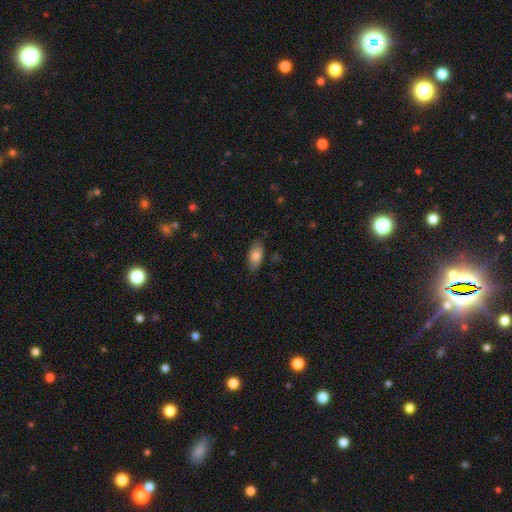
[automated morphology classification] This is likely a smooth galaxy (78%). How rounded: clearly in between (89%). Merging: clearly none (82%).